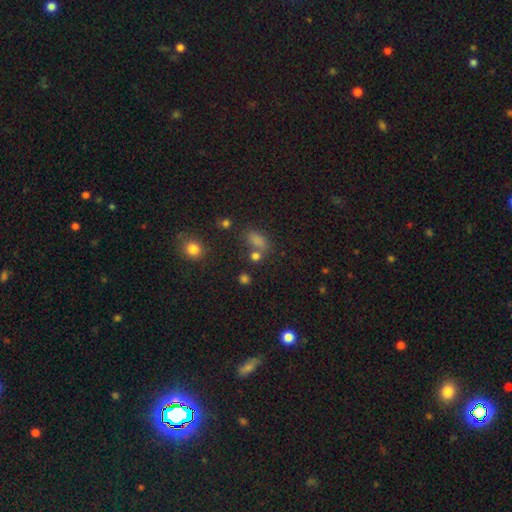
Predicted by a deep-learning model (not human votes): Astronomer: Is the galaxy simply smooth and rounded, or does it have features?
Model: smooth — 74%.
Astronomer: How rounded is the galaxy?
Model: in between — 63%.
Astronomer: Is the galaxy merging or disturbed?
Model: none — 55%.